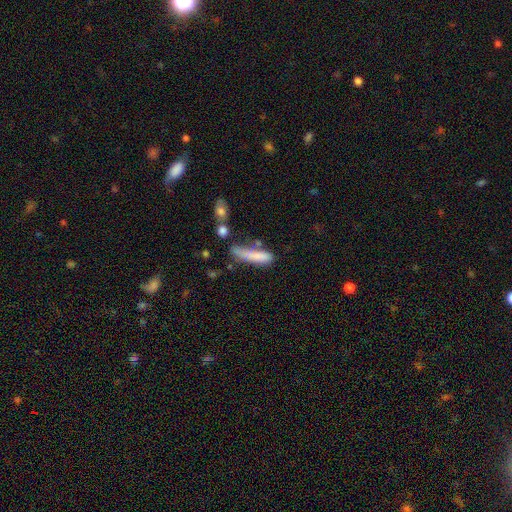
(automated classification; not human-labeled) The model was most divided on "merging": none: 39%, minor disturbance: 26%, merger: 18%, major disturbance: 17%. More confident: how rounded — cigar-shaped (77%); smooth or featured — smooth (74%).